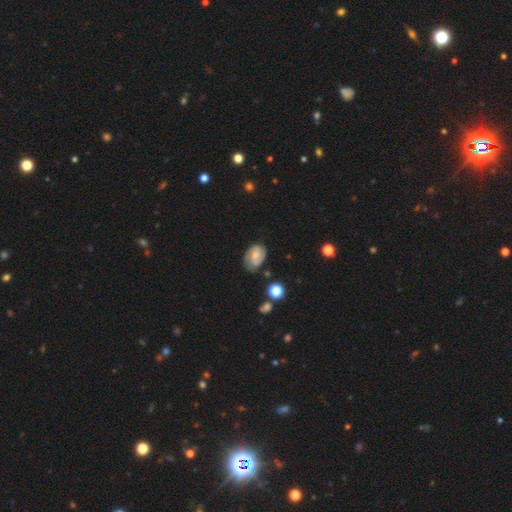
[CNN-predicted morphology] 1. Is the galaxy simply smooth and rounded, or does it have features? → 54% featured or disk, 38% smooth, 8% star or artifact.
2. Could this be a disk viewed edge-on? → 97% no, 3% yes.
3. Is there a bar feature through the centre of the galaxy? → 53% no, 39% weak, 7% strong.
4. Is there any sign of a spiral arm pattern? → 86% yes, 14% no.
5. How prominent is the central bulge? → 43% small, 33% moderate, 17% none, 5% large, 1% dominant.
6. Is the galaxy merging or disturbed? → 64% none, 25% minor disturbance, 8% major disturbance, 3% merger.